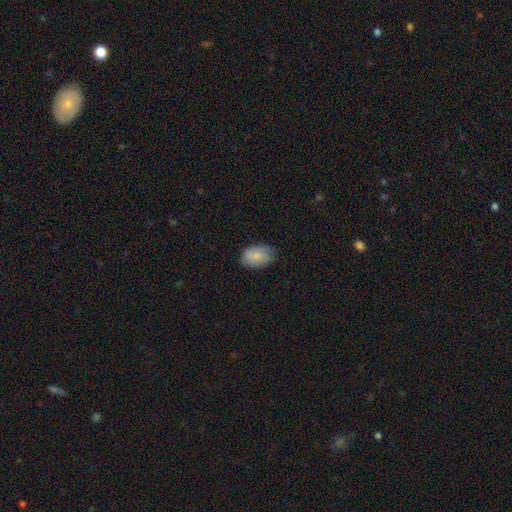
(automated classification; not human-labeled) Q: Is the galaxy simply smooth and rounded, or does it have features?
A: smooth — 83%.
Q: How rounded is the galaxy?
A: in between — 89%.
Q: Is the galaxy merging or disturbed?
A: none — 78%.